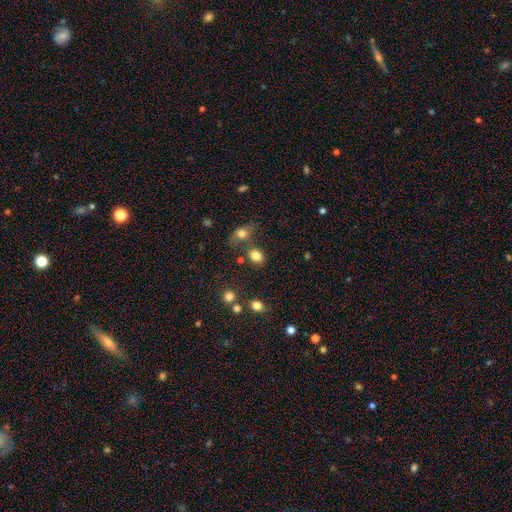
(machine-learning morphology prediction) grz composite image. It shows a smooth galaxy with no disk features (82%) that is in between round and cigar-shaped (52%). Merging: none (64%).